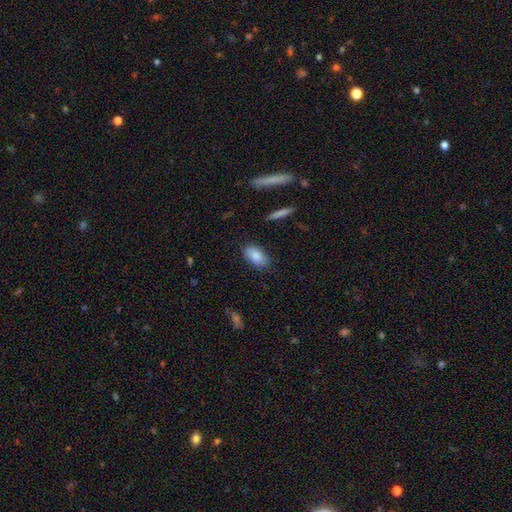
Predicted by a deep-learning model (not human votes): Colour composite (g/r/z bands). It shows a smooth galaxy with no disk features (85%) that is in between round and cigar-shaped (92%). Merging: none (82%).